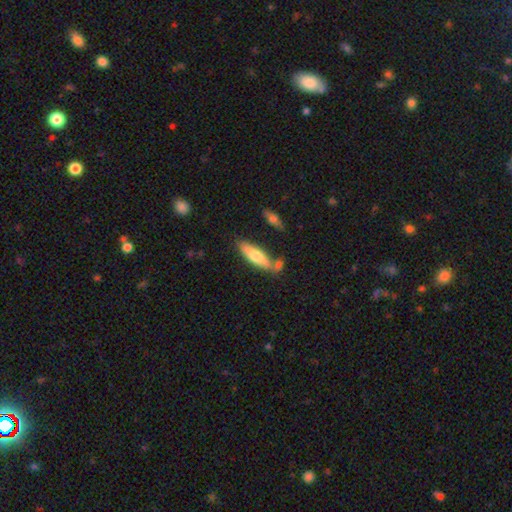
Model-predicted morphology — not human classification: The model was most divided on "how rounded": cigar-shaped: 60%, in between: 39%, round: 2%. More confident: merging — none (68%); smooth or featured — smooth (65%).